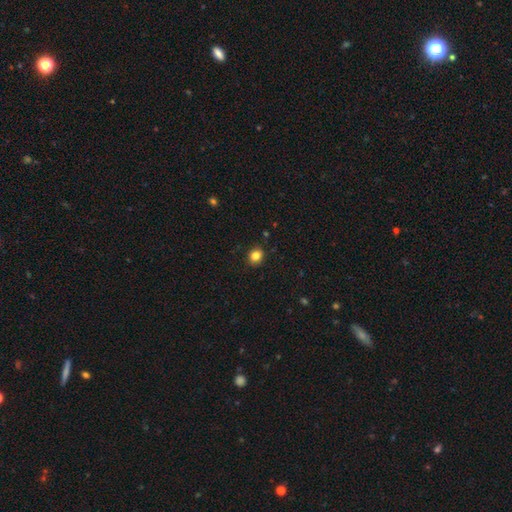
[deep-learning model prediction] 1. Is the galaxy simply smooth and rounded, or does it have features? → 83% smooth, 12% star or artifact, 5% featured or disk.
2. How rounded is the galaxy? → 75% round, 24% in between, 1% cigar-shaped.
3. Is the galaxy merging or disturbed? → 89% none, 8% minor disturbance, 2% major disturbance, 1% merger.